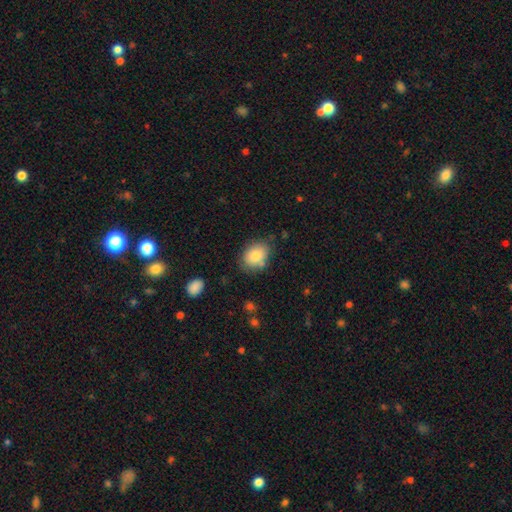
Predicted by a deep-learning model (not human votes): Smooth or featured?
  - smooth: 83% *
  - featured or disk: 9%
  - star or artifact: 8%
How rounded?
  - in between: 69% *
  - round: 30%
  - cigar-shaped: 1%
Merging?
  - none: 75% *
  - minor disturbance: 17%
  - merger: 5%
  - major disturbance: 4%